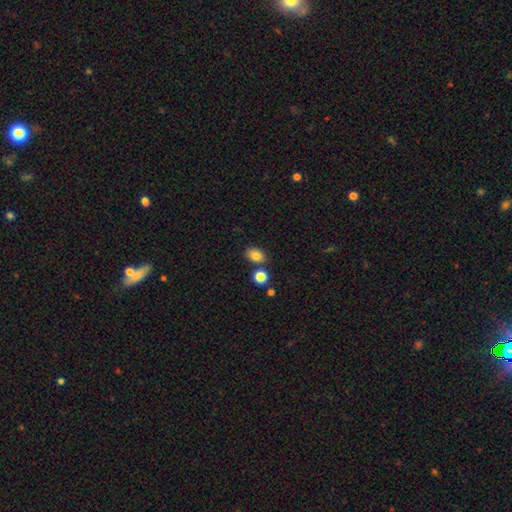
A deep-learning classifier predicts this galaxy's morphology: smooth 84%, star or artifact 10%, featured or disk 6%. Down the decision tree: how rounded — in between (76%); merging — none (77%).